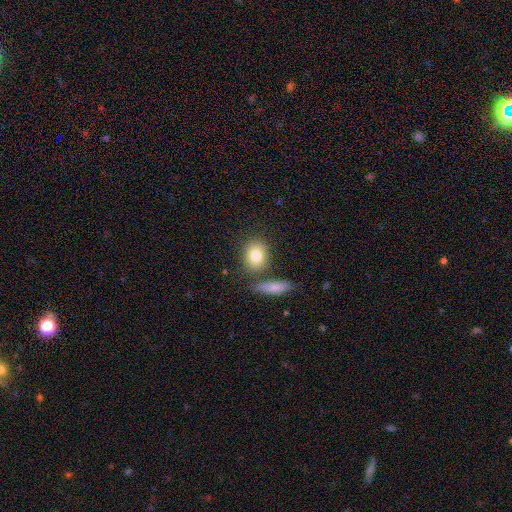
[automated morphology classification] Smooth or featured: smooth — 82% (featured or disk — 10%)
How rounded: in between — 49% (round — 48%)
Merging: none — 70% (merger — 15%)